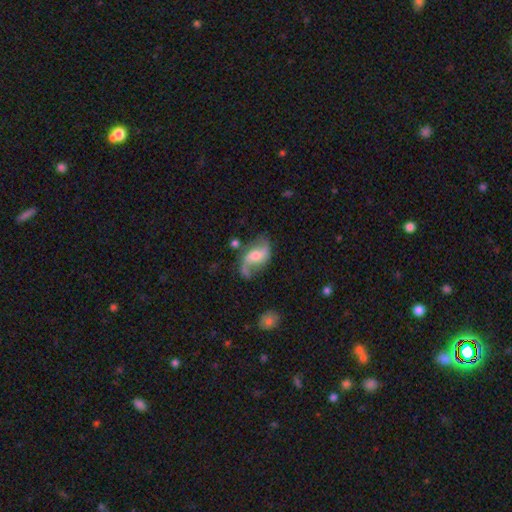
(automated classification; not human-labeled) Q: Smooth or featured?
A: featured or disk (80%); runner-up: smooth (14%)
Q: Edge-on disk?
A: no (97%); runner-up: yes (3%)
Q: Bar?
A: weak (44%); runner-up: no (37%)
Q: Spiral arms?
A: yes (94%); runner-up: no (6%)
Q: Spiral winding?
A: loose (74%); runner-up: medium (21%)
Q: Spiral arm count?
A: 2 (90%); runner-up: 1 (4%)
Q: Bulge size?
A: moderate (50%); runner-up: small (34%)
Q: Merging?
A: none (62%); runner-up: minor disturbance (21%)